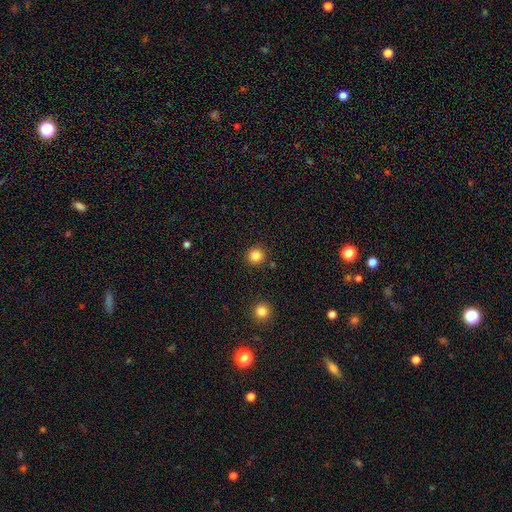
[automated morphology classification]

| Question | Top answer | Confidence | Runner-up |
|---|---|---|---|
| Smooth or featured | smooth | 84% | star or artifact (12%) |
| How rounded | round | 94% | in between (5%) |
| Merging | none | 90% | minor disturbance (6%) |